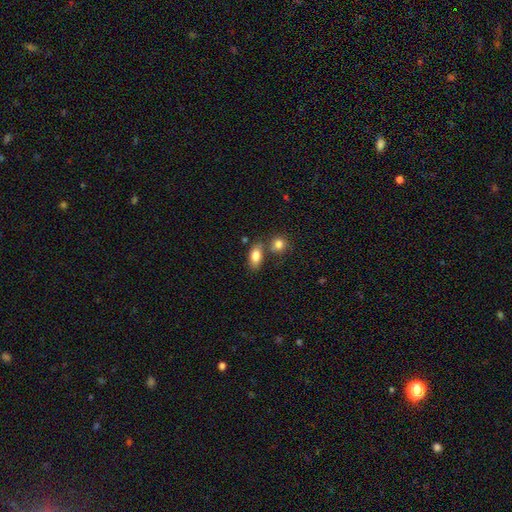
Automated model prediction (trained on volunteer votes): smooth-or-featured: smooth: 82% | featured or disk: 10% | star or artifact: 8%
  how-rounded: in between: 87% | round: 8% | cigar-shaped: 5%
  merging: none: 58% | merger: 24% | minor disturbance: 14% | major disturbance: 4%